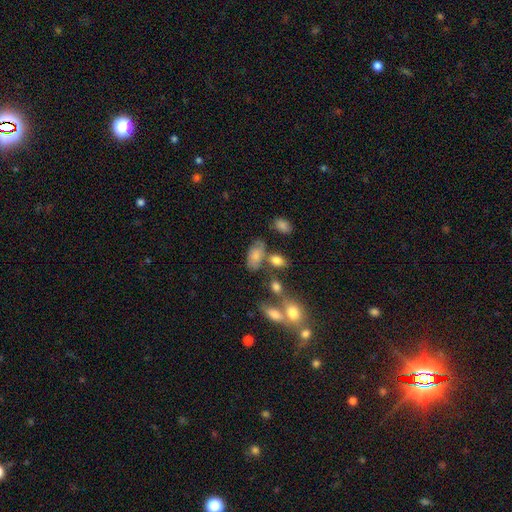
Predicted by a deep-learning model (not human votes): A smooth galaxy with no disk features (71%) that is in between round and cigar-shaped (90%). Merging: none (54%).